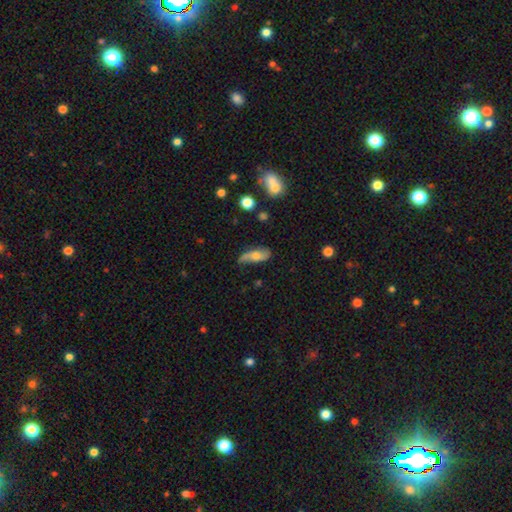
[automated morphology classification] smooth-or-featured: smooth: 49% | featured or disk: 44% | star or artifact: 8%
  merging: none: 51% | minor disturbance: 33% | major disturbance: 13% | merger: 3%